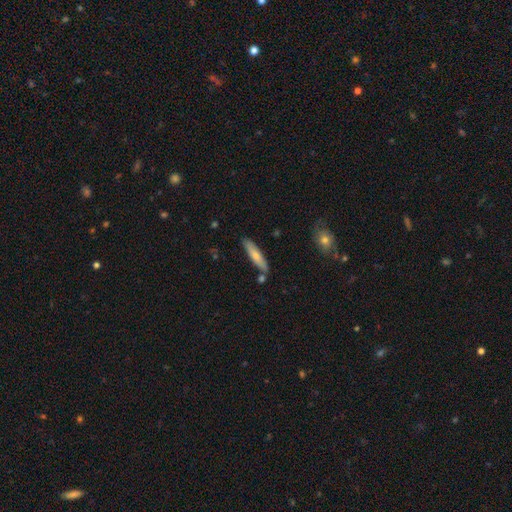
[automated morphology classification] Q: Smooth or featured?
A: smooth (67%); runner-up: featured or disk (27%)
Q: How rounded?
A: cigar-shaped (80%); runner-up: in between (18%)
Q: Merging?
A: none (79%); runner-up: minor disturbance (13%)